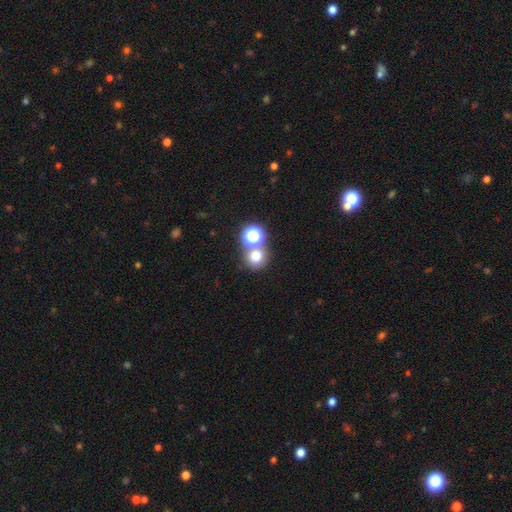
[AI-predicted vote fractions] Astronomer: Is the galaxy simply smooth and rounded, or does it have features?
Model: smooth — 71%.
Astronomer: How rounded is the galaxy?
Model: round — 87%.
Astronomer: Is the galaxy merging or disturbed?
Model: none — 59%.